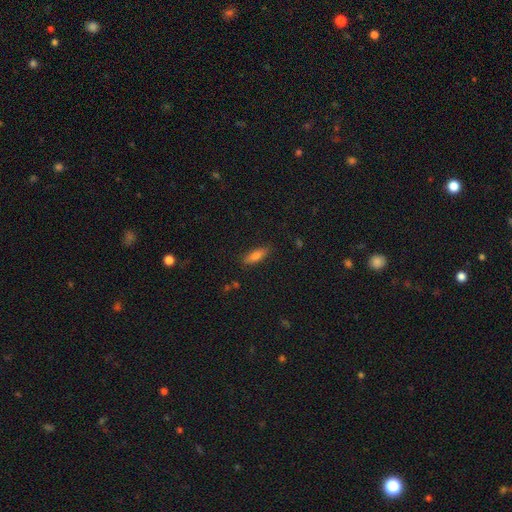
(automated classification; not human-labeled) Q: Smooth or featured?
A: smooth (79%); runner-up: featured or disk (12%)
Q: How rounded?
A: in between (59%); runner-up: cigar-shaped (39%)
Q: Merging?
A: none (85%); runner-up: minor disturbance (11%)